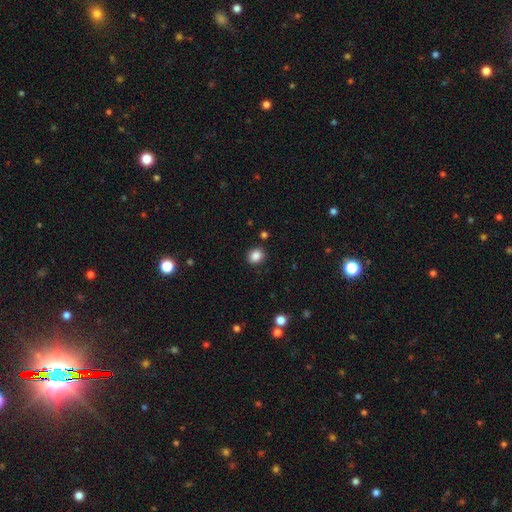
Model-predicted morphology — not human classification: Smooth or featured?
  - smooth: 86% *
  - star or artifact: 10%
  - featured or disk: 4%
How rounded?
  - round: 72% *
  - in between: 28%
  - cigar-shaped: 1%
Merging?
  - none: 89% *
  - minor disturbance: 7%
  - major disturbance: 2%
  - merger: 2%